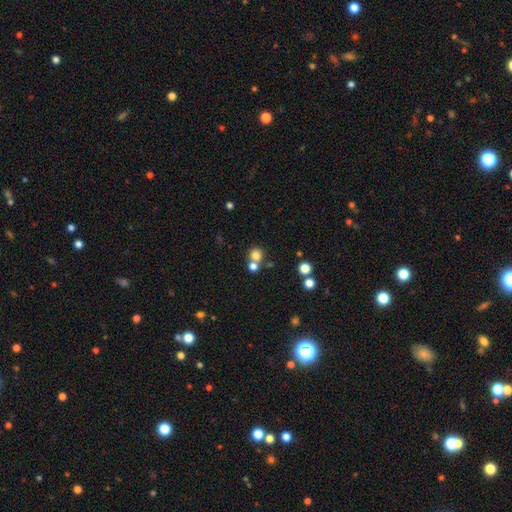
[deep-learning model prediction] Overall: smooth (76%). How rounded: round (86%). Merging: none (53%; merger 37%).